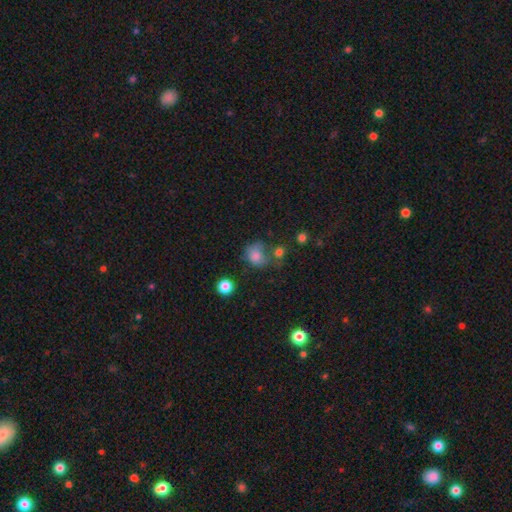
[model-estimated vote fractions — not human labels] smooth_or_featured: smooth (p=0.77) [alt: star or artifact p=0.13]
how_rounded: round (p=0.61) [alt: in between p=0.38]
merging: none (p=0.42) [alt: minor disturbance p=0.23]